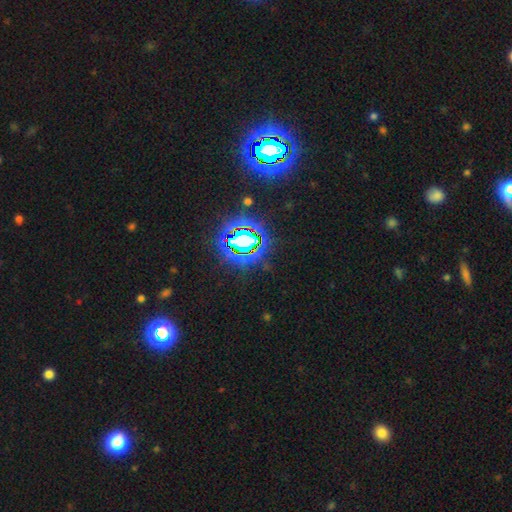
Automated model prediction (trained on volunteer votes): This is clearly a star or artifact rather than a galaxy (82%).